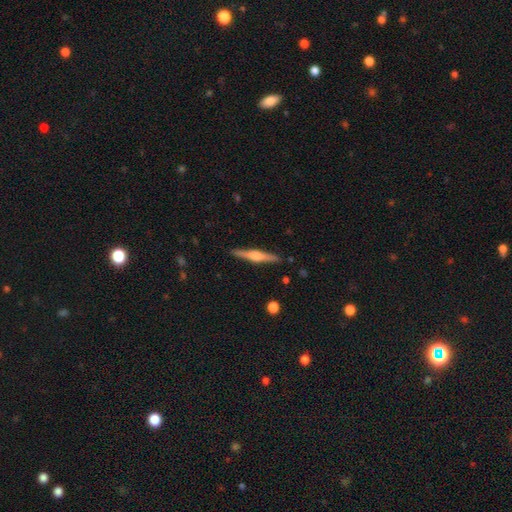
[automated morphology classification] Q: Smooth or featured?
A: featured or disk (75%); runner-up: smooth (20%)
Q: Edge-on disk?
A: yes (98%); runner-up: no (2%)
Q: Edge-on bulge?
A: rounded (88%); runner-up: boxy (8%)
Q: Merging?
A: none (91%); runner-up: minor disturbance (6%)